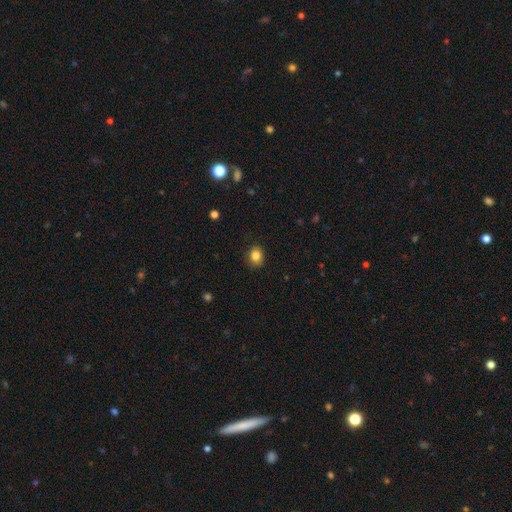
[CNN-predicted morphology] Q: Smooth or featured?
A: smooth (85%); runner-up: star or artifact (10%)
Q: How rounded?
A: round (60%); runner-up: in between (39%)
Q: Merging?
A: none (88%); runner-up: minor disturbance (9%)